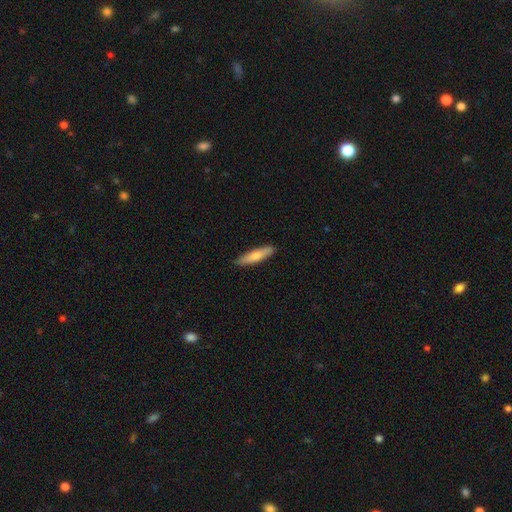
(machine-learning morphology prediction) smooth-or-featured: smooth: 73% | featured or disk: 21% | star or artifact: 5%
  how-rounded: cigar-shaped: 78% | in between: 20% | round: 2%
  merging: none: 89% | minor disturbance: 8% | major disturbance: 1% | merger: 1%